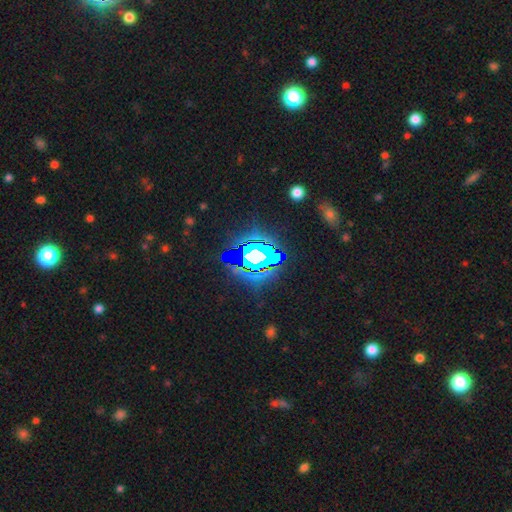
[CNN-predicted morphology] star or artifact 71%, featured or disk 16%, smooth 13%.